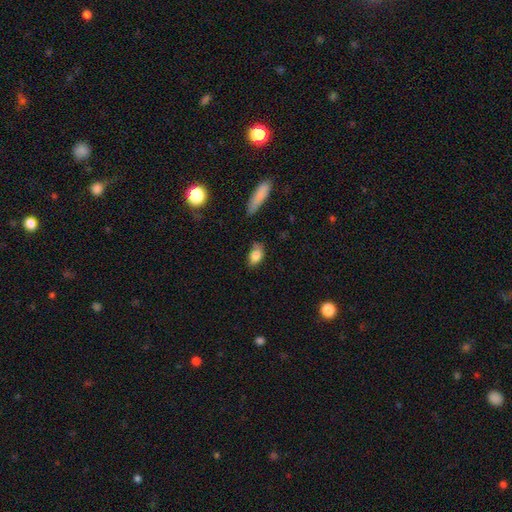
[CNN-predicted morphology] Smooth or featured? smooth (83%)
How rounded? in between (86%)
Merging? none (62%)